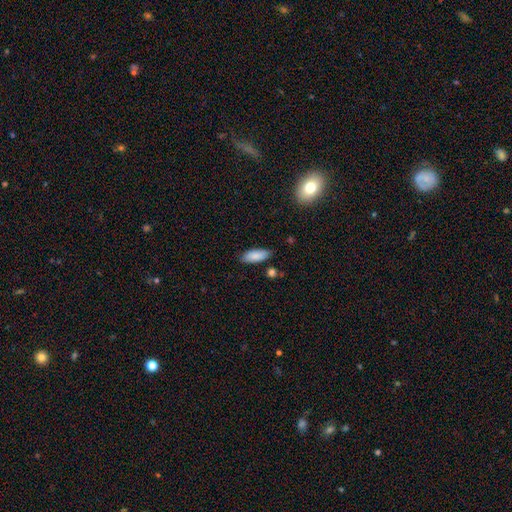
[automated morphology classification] type=smooth (88%); roundness=in between (78%); merging=none (82%).